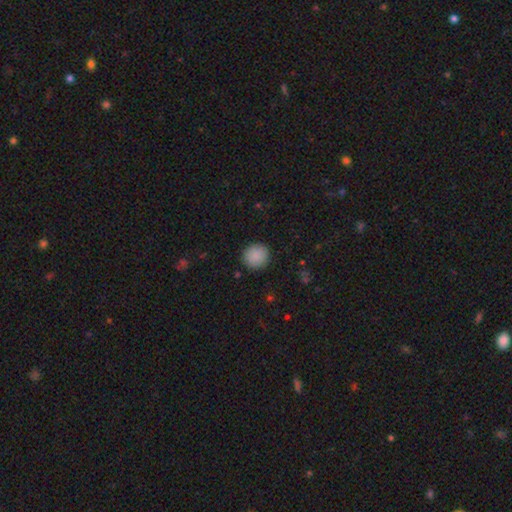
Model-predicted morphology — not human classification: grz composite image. It shows a smooth galaxy with no disk features (89%) that is round (92%). Merging: none (91%).